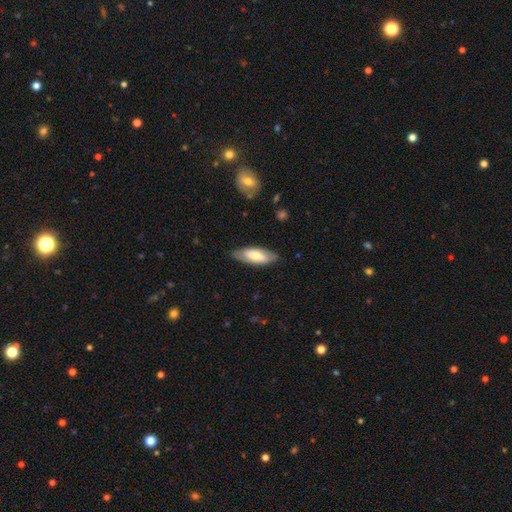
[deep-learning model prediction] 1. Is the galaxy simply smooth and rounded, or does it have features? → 59% smooth, 36% featured or disk, 6% star or artifact.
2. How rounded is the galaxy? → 73% in between, 25% cigar-shaped, 2% round.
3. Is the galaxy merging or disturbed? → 80% none, 16% minor disturbance, 3% major disturbance, 1% merger.